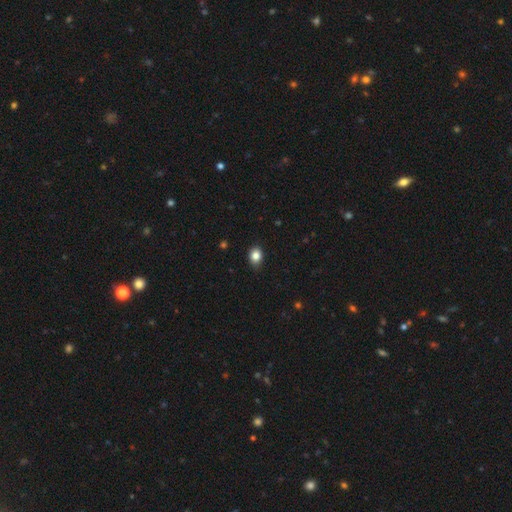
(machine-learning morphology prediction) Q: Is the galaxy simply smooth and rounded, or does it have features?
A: smooth — 85%.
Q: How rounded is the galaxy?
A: in between — 58%.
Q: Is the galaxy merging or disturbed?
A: none — 86%.